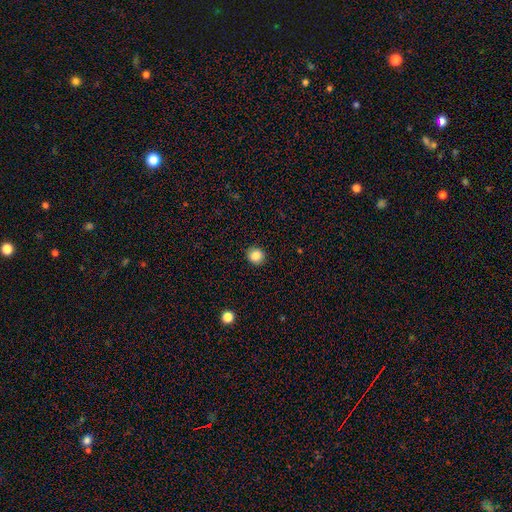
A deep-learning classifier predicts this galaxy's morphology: This is clearly a smooth galaxy (85%). How rounded: clearly round (88%). Merging: clearly none (90%).